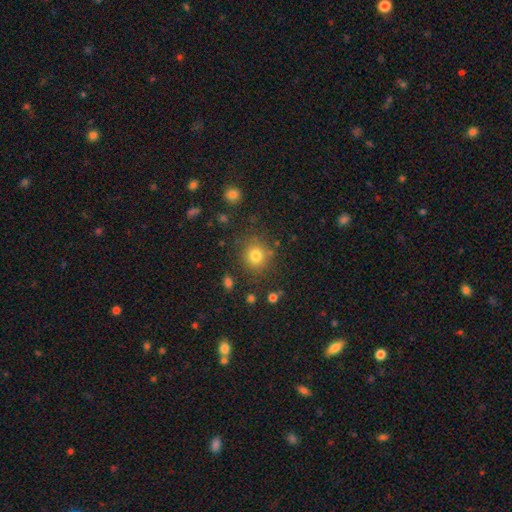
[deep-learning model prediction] This appears to be a smooth galaxy with no disk features (79%) that is round (89%). Merging: none (83%).